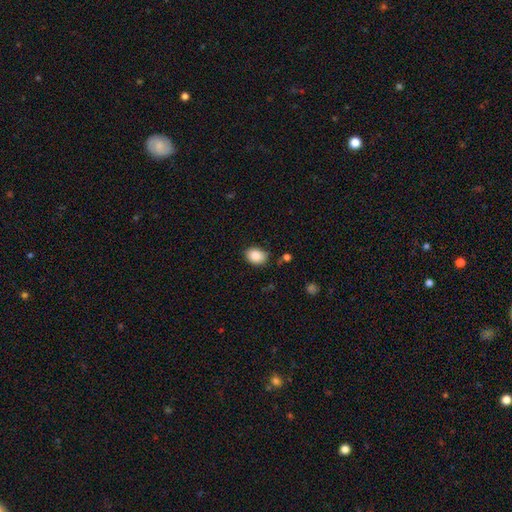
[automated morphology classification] Smooth or featured: smooth — 88% (star or artifact — 8%)
How rounded: in between — 73% (round — 26%)
Merging: none — 79% (minor disturbance — 16%)